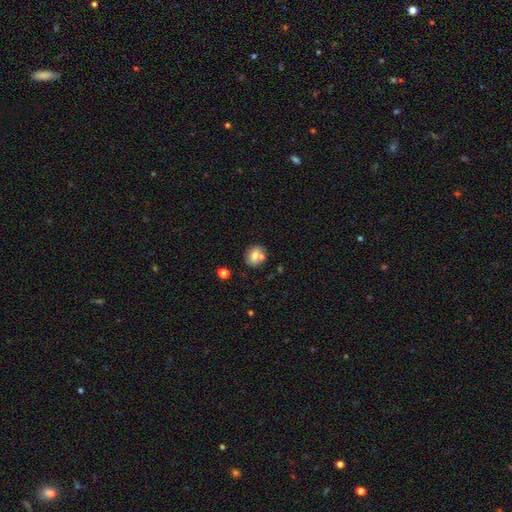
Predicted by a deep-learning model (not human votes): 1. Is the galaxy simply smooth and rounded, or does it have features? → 68% smooth, 22% featured or disk, 10% star or artifact.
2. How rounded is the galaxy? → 59% round, 40% in between, 1% cigar-shaped.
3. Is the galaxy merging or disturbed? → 59% none, 22% merger, 15% minor disturbance, 4% major disturbance.